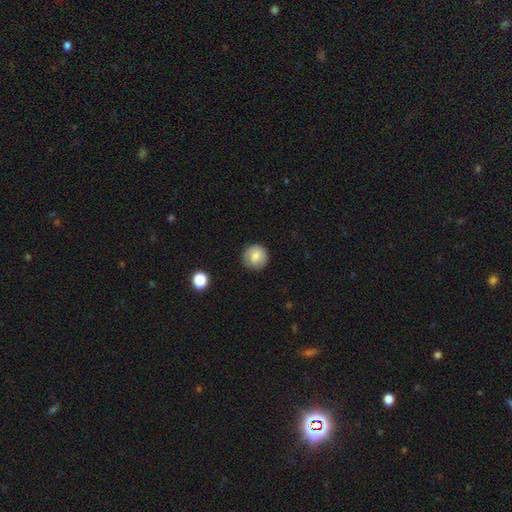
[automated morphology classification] The model was most divided on "smooth or featured": smooth: 78%, featured or disk: 14%, star or artifact: 8%. More confident: how rounded — round (93%); merging — none (82%).